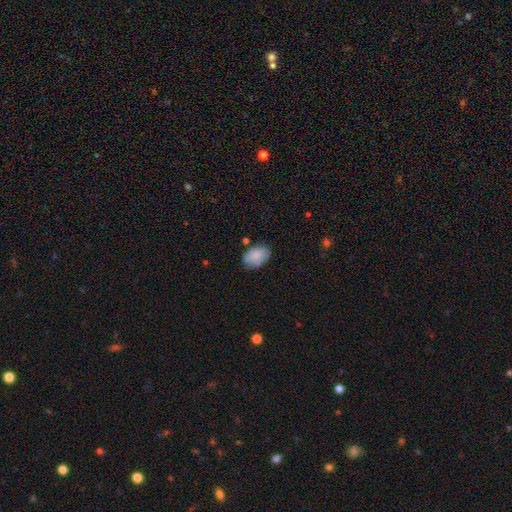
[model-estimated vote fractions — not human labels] Smooth or featured? smooth (83%)
How rounded? in between (87%)
Merging? none (71%)